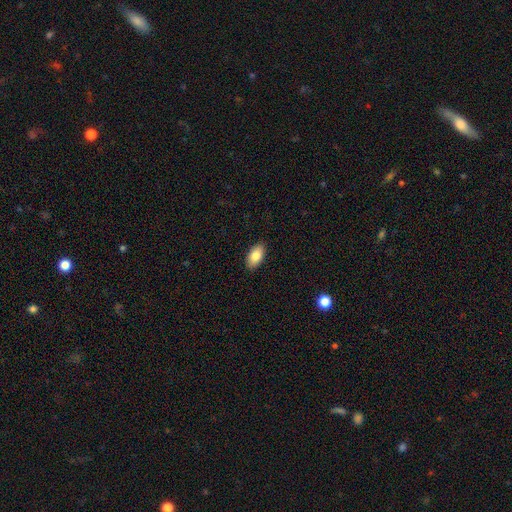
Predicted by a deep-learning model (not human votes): A smooth galaxy with no disk features (83%) that is in between round and cigar-shaped (94%).

Vote fractions:
- Smooth or featured? smooth: 83% / featured or disk: 11% / star or artifact: 7%
- How rounded? in between: 94% / round: 4% / cigar-shaped: 2%
- Merging? none: 90% / minor disturbance: 8% / major disturbance: 2% / merger: 1%